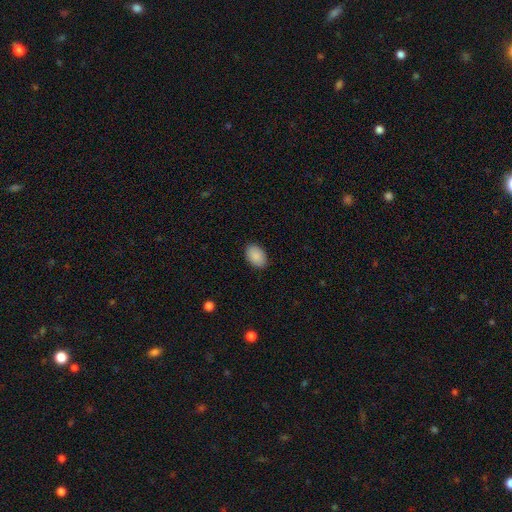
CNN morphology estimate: Smooth or featured? smooth (90%)
How rounded? in between (87%)
Merging? none (87%)